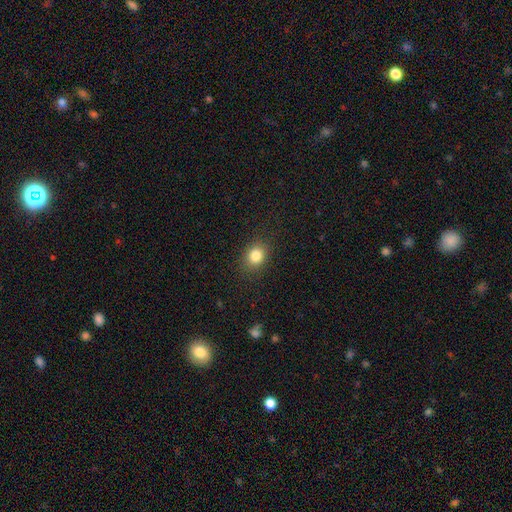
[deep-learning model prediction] A smooth galaxy with no disk features (83%) that is round (57%). Merging: none (85%).